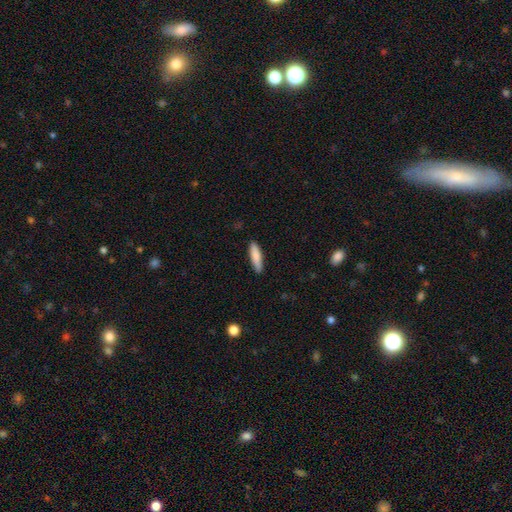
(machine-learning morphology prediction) smooth_or_featured: smooth (p=0.82) [alt: featured or disk p=0.12]
how_rounded: cigar-shaped (p=0.73) [alt: in between p=0.26]
merging: none (p=0.88) [alt: minor disturbance p=0.09]